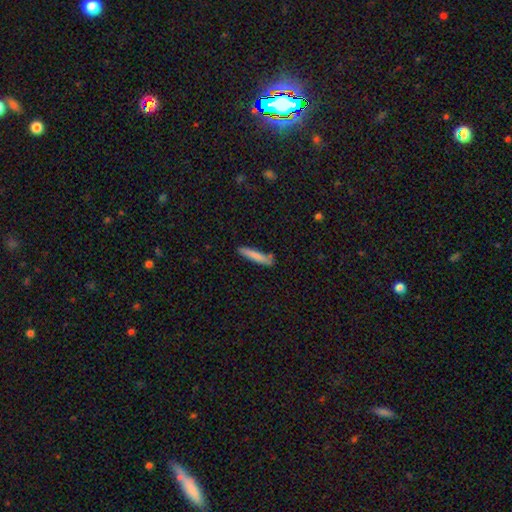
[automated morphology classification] smooth 80%, featured or disk 14%, star or artifact 6%. Down the decision tree: how rounded — cigar-shaped (92%); merging — none (81%).